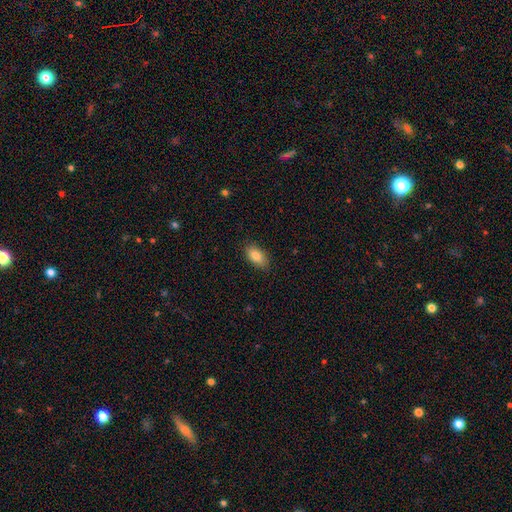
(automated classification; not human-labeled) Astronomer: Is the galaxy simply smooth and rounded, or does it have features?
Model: smooth — 84%.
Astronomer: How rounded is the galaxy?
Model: in between — 91%.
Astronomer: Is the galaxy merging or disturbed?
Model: none — 85%.